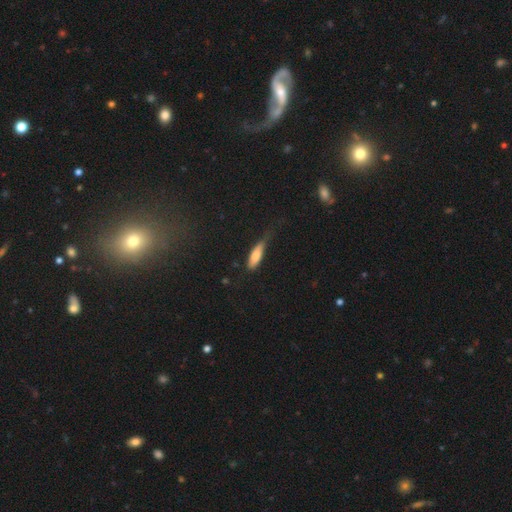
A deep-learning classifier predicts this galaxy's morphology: The model was most divided on "how rounded": cigar-shaped: 50%, in between: 48%, round: 2%. Remaining: smooth or featured — smooth (78%); merging — none (45%).